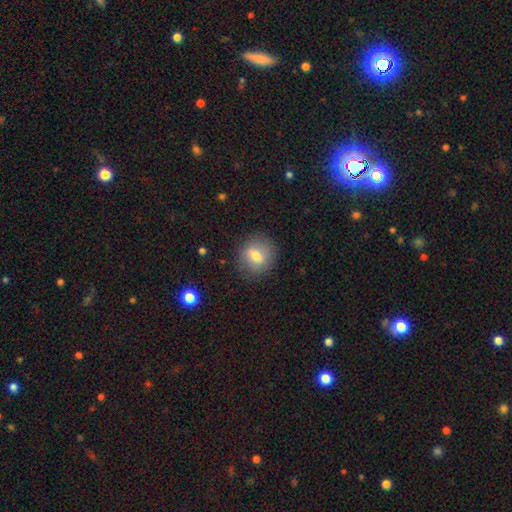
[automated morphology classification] Overall: smooth (68%). How rounded: round (75%). Merging: none (84%).